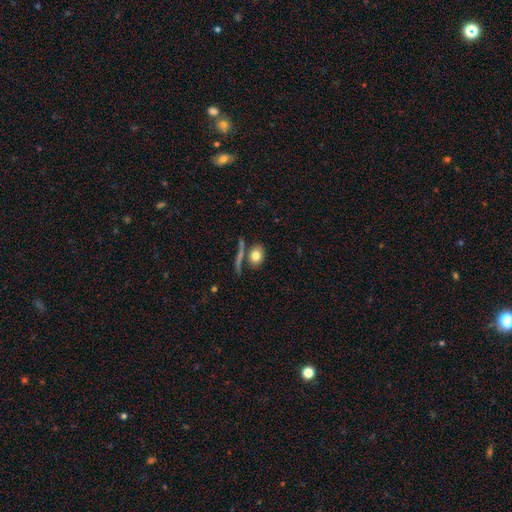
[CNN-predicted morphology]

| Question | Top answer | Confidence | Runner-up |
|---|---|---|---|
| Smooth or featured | smooth | 76% | featured or disk (15%) |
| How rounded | in between | 64% | round (32%) |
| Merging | none | 63% | merger (17%) |